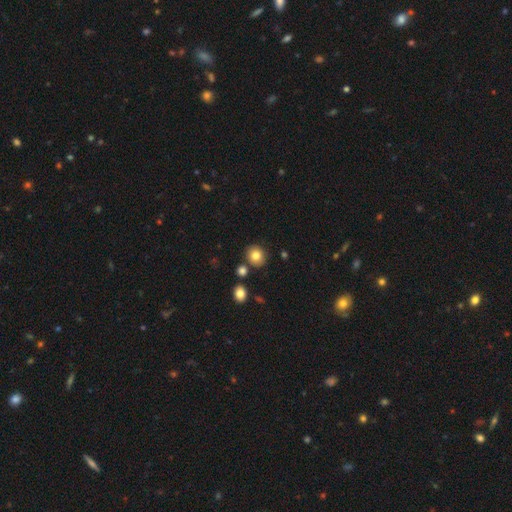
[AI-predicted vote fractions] Smooth or featured?
  - smooth: 81% *
  - star or artifact: 10%
  - featured or disk: 9%
How rounded?
  - round: 76% *
  - in between: 23%
  - cigar-shaped: 1%
Merging?
  - none: 82% *
  - minor disturbance: 9%
  - merger: 7%
  - major disturbance: 2%